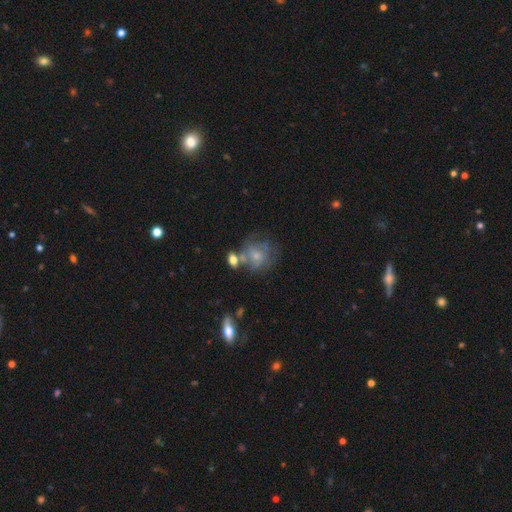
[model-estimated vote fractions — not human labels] The model was most divided on "smooth or featured": featured or disk: 48%, smooth: 42%, star or artifact: 10%. Remaining: merging — none (44%).